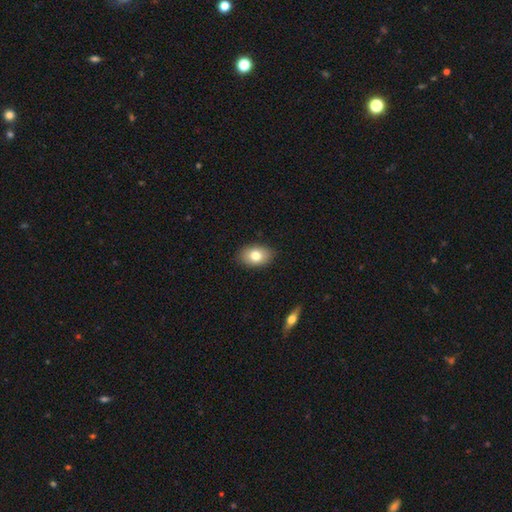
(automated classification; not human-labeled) smooth 78%, featured or disk 14%, star or artifact 8%. Down the decision tree: how rounded — in between (84%); merging — none (88%).